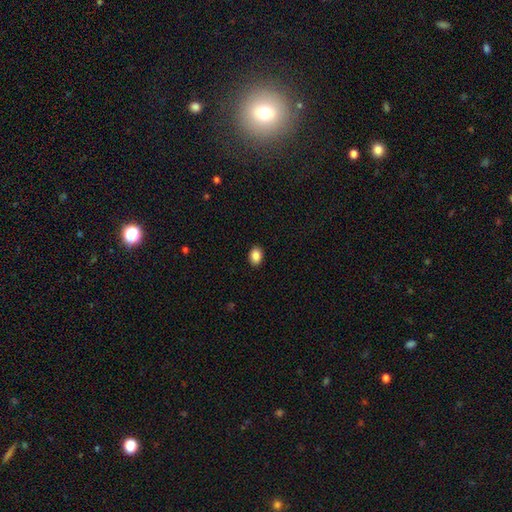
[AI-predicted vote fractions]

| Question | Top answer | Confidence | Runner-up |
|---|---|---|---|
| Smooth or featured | smooth | 88% | star or artifact (8%) |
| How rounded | in between | 71% | round (28%) |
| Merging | none | 91% | minor disturbance (7%) |